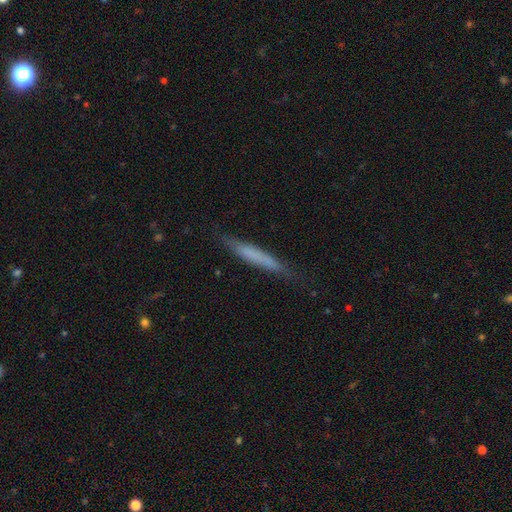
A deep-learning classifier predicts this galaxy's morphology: This is possibly a smooth galaxy (59%). How rounded: clearly cigar-shaped (95%). Merging: likely none (80%).